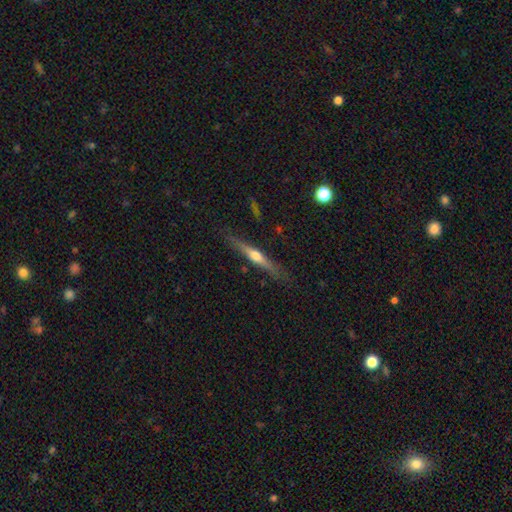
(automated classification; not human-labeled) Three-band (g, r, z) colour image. It shows a featured or disk galaxy (64%) viewed edge-on (96%) with a rounded central bulge (88%). Merging: none (83%).